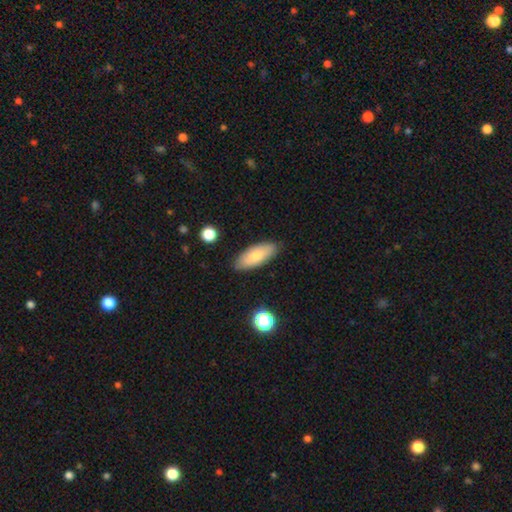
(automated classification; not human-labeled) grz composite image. It shows a smooth galaxy with no disk features (77%) that is in between round and cigar-shaped (79%). Merging: none (85%).